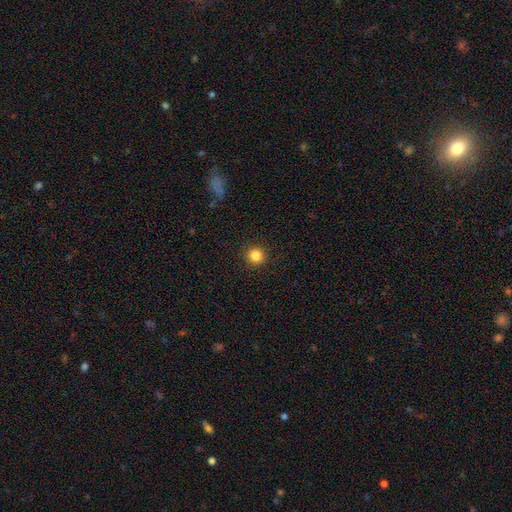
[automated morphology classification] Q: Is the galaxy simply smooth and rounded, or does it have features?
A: smooth — 84%.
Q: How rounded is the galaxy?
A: round — 95%.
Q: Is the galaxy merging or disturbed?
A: none — 93%.